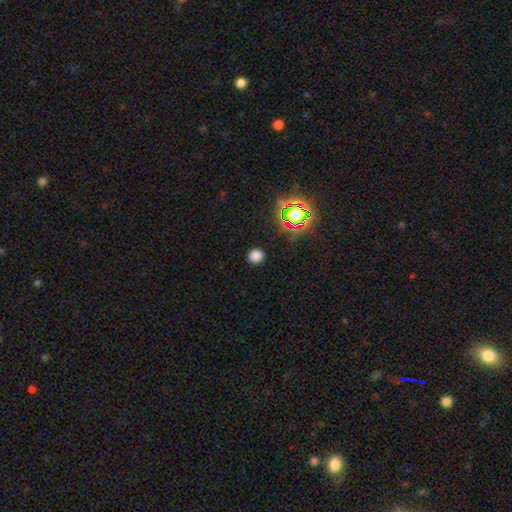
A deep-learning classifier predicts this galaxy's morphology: Smooth or featured?
  - smooth: 76% *
  - star or artifact: 20%
  - featured or disk: 4%
How rounded?
  - round: 89% *
  - in between: 10%
  - cigar-shaped: 1%
Merging?
  - none: 90% *
  - minor disturbance: 6%
  - major disturbance: 2%
  - merger: 1%